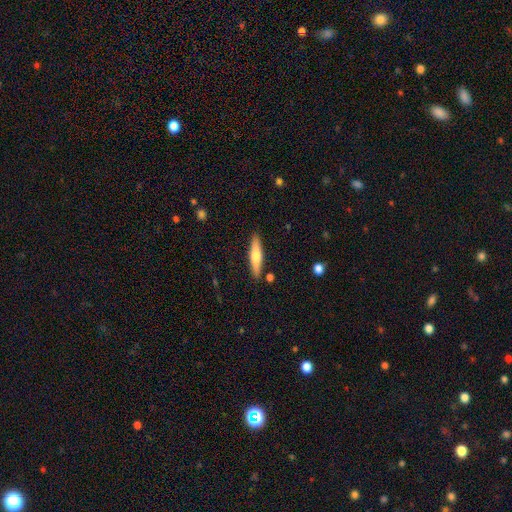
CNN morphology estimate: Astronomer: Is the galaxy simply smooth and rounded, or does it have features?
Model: smooth — 64%.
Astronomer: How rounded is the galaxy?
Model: cigar-shaped — 78%.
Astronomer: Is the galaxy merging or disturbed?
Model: none — 87%.